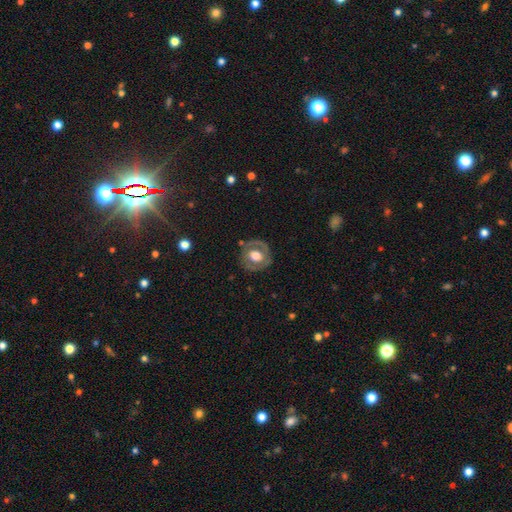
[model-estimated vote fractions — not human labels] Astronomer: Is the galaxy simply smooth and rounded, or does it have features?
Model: featured or disk — 55% (runner-up: smooth, 39%).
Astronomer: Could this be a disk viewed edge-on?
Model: no — 96%.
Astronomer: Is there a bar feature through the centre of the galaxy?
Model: no — 70%.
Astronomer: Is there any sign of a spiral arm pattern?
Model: no — 61% (runner-up: yes, 39%).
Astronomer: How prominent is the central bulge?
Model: moderate — 53% (runner-up: large, 39%).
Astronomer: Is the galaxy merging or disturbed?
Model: none — 76%.